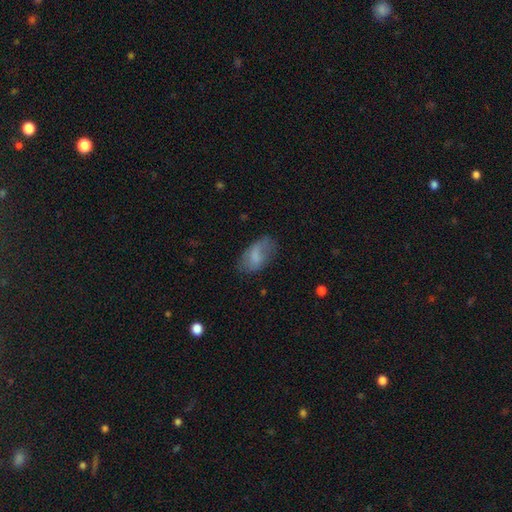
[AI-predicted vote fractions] Overall: smooth (67%). How rounded: in between (93%). Merging: none (59%; minor disturbance 26%).